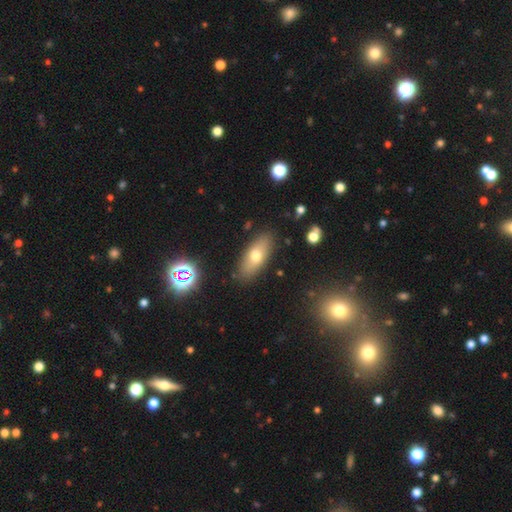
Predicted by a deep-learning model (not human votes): Smooth or featured?
  - smooth: 67% *
  - featured or disk: 23%
  - star or artifact: 10%
How rounded?
  - in between: 79% *
  - cigar-shaped: 17%
  - round: 4%
Merging?
  - none: 85% *
  - minor disturbance: 10%
  - major disturbance: 3%
  - merger: 2%